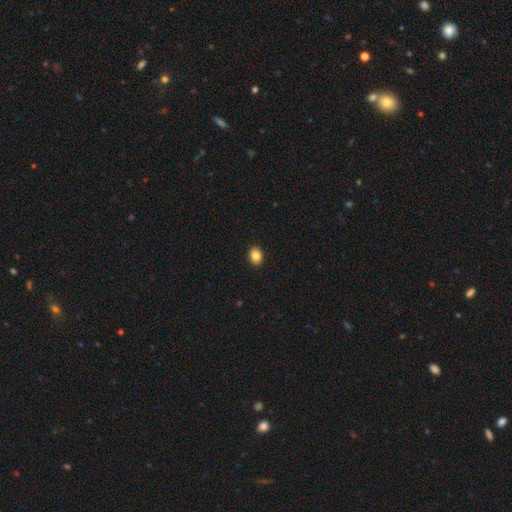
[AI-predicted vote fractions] Overall: smooth (86%). How rounded: in between (60%; round 39%). Merging: none (92%).